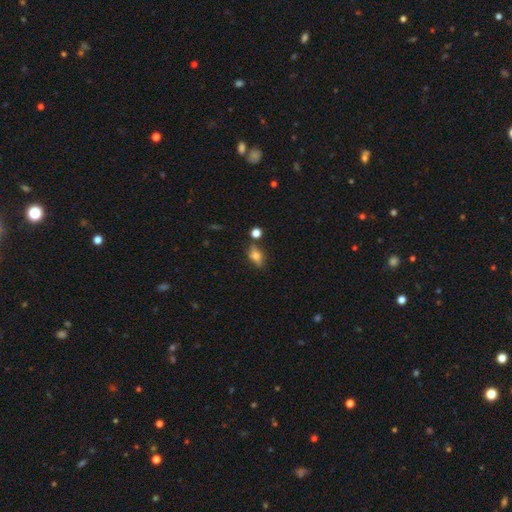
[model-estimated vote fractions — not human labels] The model was most divided on "smooth or featured": smooth: 65%, featured or disk: 23%, star or artifact: 12%. More confident: how rounded — in between (75%); merging — none (69%).